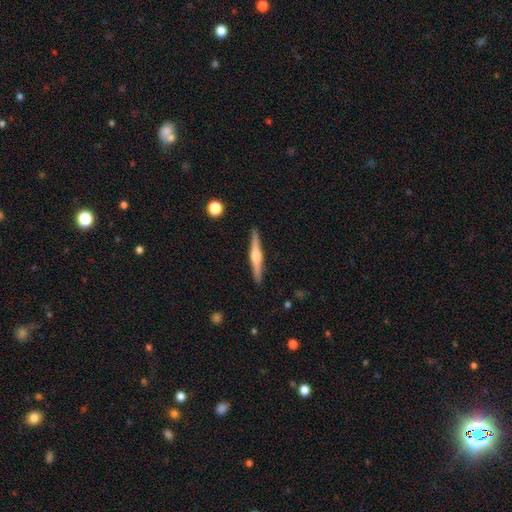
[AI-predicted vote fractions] Smooth or featured: featured or disk — 71% (smooth — 24%)
Edge-on disk: yes — 98% (no — 2%)
Edge-on bulge: rounded — 86% (boxy — 9%)
Merging: none — 91% (minor disturbance — 6%)